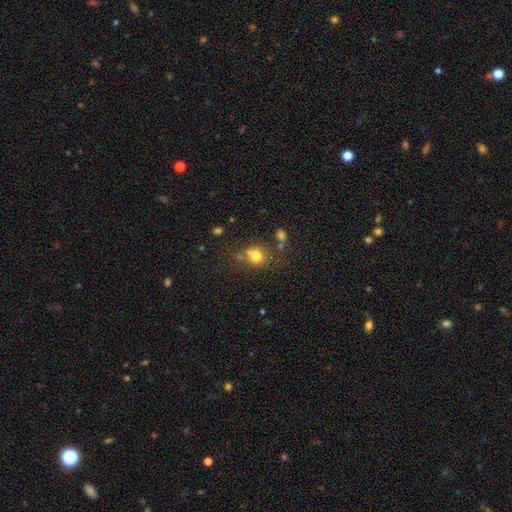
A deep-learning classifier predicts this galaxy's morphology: smooth_or_featured: smooth (p=0.76) [alt: star or artifact p=0.14]
how_rounded: round (p=0.71) [alt: in between p=0.28]
merging: none (p=0.57) [alt: merger p=0.19]